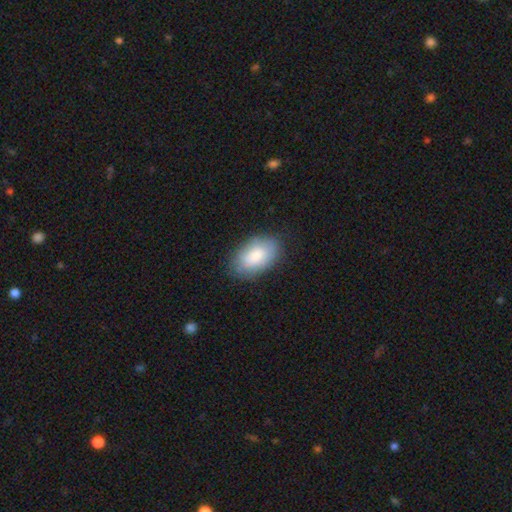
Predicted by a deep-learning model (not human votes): Overall: smooth (83%). How rounded: in between (93%). Merging: none (81%).